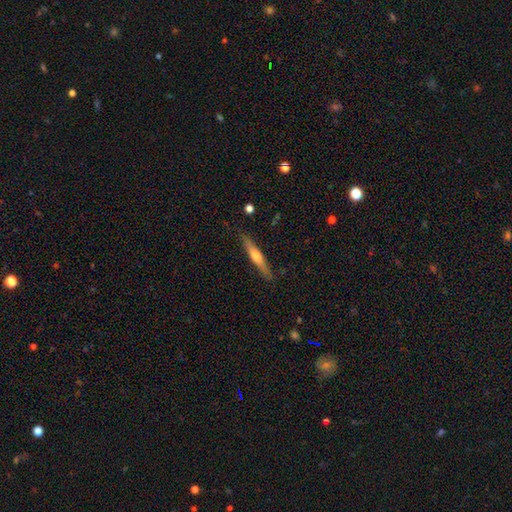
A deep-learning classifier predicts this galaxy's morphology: smooth-or-featured: featured or disk: 58% | smooth: 36% | star or artifact: 6%
  disk-edge-on: yes: 96% | no: 4%
    edge-on-bulge: rounded: 83% | boxy: 9% | none: 9%
  merging: none: 87% | minor disturbance: 10% | major disturbance: 2% | merger: 1%